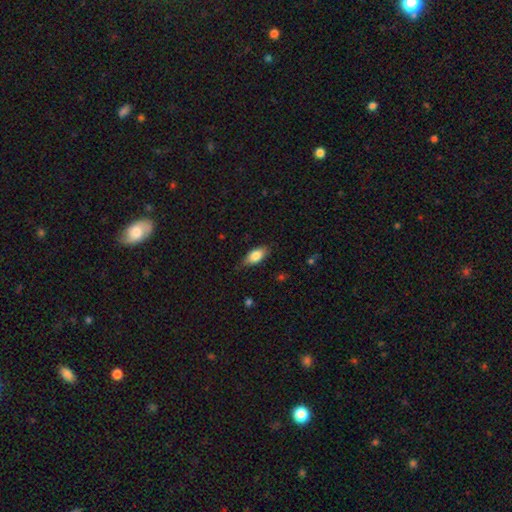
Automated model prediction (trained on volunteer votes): Morphology: type=smooth (79%); roundness=in between (86%); merging=none (76%).